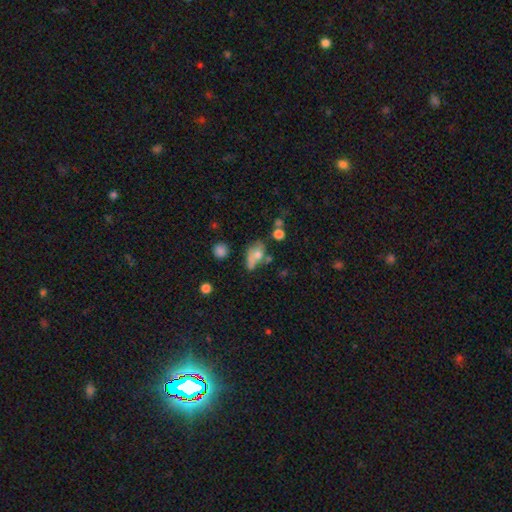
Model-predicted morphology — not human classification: This is likely a smooth galaxy (61%). How rounded: likely in between (73%). Merging: marginally none (33%).